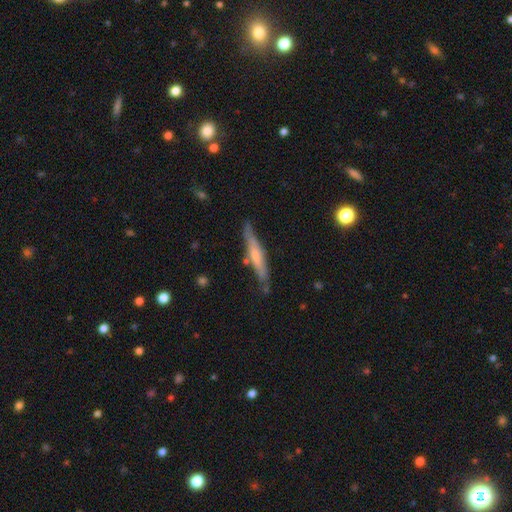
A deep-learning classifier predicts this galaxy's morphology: A featured or disk galaxy (48%).

Vote fractions:
- Smooth or featured? featured or disk: 48% / smooth: 46% / star or artifact: 6%
- Merging? none: 74% / minor disturbance: 18% / merger: 4% / major disturbance: 4%